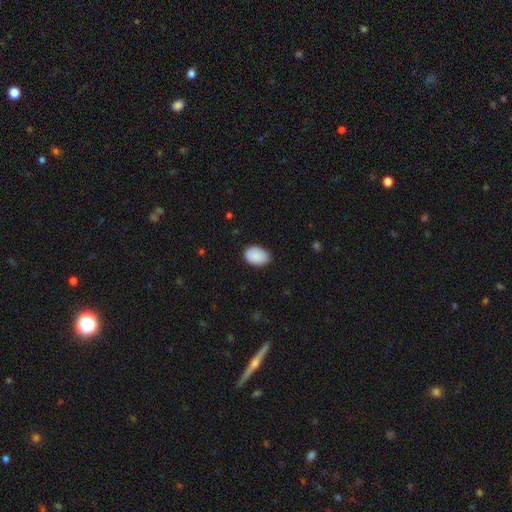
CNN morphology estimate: Overall: smooth (89%). How rounded: in between (84%). Merging: none (82%).